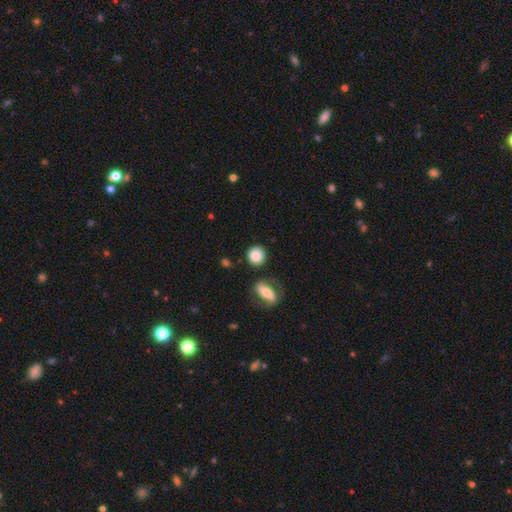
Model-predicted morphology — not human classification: The model was most divided on "merging": none: 80%, minor disturbance: 10%, merger: 7%, major disturbance: 3%. More confident: how rounded — round (86%); smooth or featured — smooth (83%).